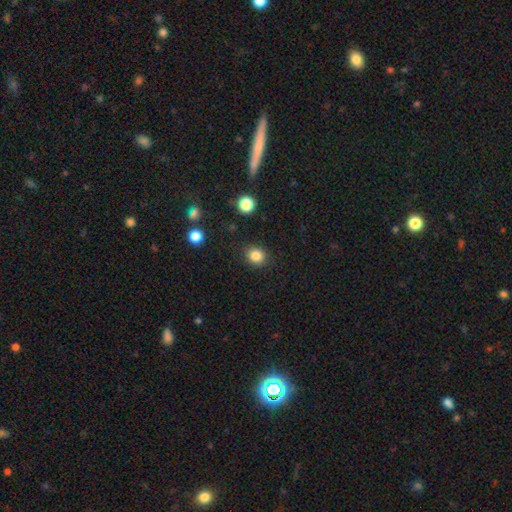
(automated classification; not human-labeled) Morphology: type=smooth (84%); roundness=round (78%); merging=none (89%).